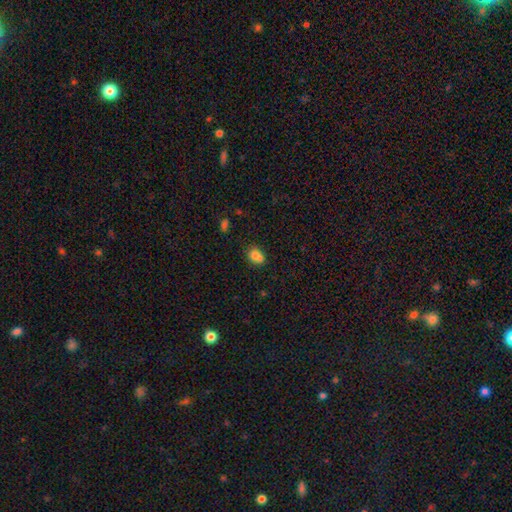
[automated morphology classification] A smooth galaxy with no disk features (76%) that is in between round and cigar-shaped (54%). Merging: none (46%).